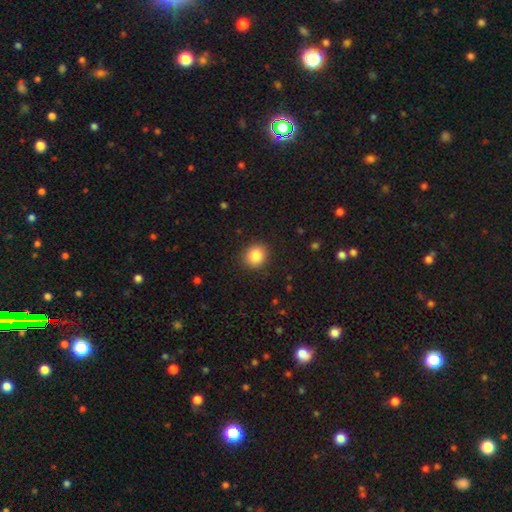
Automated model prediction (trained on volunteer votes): A smooth galaxy with no disk features (87%) that is round (79%). Merging: none (89%).